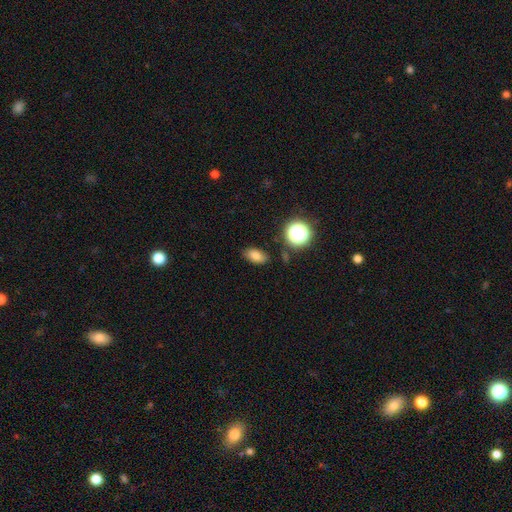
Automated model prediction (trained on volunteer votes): A smooth galaxy with no disk features (77%) that is in between round and cigar-shaped (87%).

Vote fractions:
- Smooth or featured? smooth: 77% / star or artifact: 14% / featured or disk: 9%
- How rounded? in between: 87% / round: 10% / cigar-shaped: 3%
- Merging? none: 81% / minor disturbance: 13% / major disturbance: 3% / merger: 3%